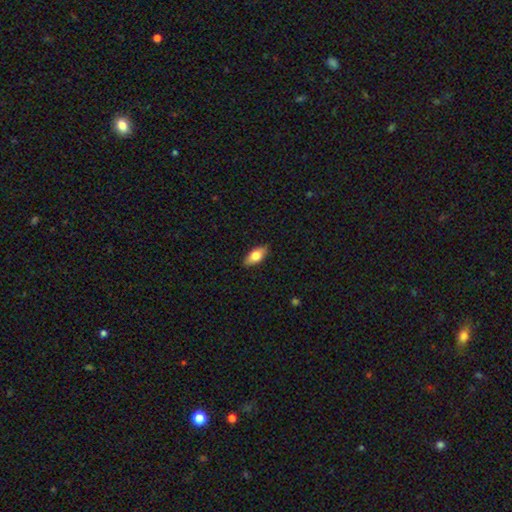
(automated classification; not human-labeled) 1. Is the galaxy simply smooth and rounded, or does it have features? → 71% smooth, 22% featured or disk, 6% star or artifact.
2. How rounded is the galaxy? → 84% in between, 13% cigar-shaped, 4% round.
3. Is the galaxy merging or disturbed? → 87% none, 10% minor disturbance, 2% major disturbance, 1% merger.